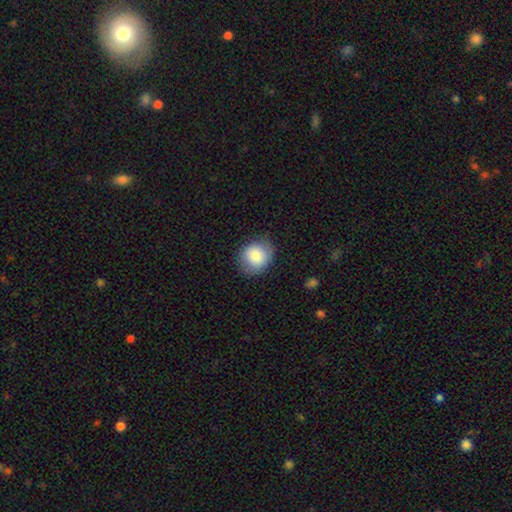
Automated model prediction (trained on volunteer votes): smooth 80%, featured or disk 12%, star or artifact 8%. Down the decision tree: how rounded — round (70%); merging — none (78%).